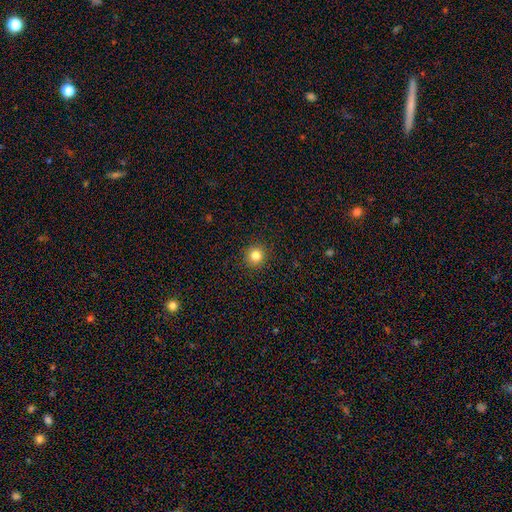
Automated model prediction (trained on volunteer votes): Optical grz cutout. It shows a smooth galaxy with no disk features (82%) that is round (95%). Merging: none (93%).